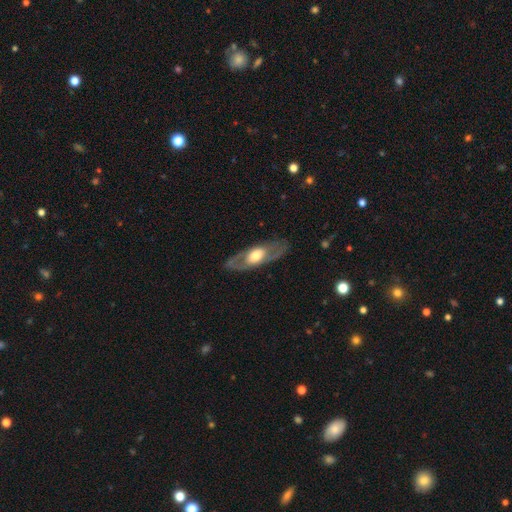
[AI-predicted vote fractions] Q: Smooth or featured?
A: featured or disk (64%); runner-up: smooth (31%)
Q: Edge-on disk?
A: no (74%); runner-up: yes (26%)
Q: Merging?
A: none (82%); runner-up: minor disturbance (11%)